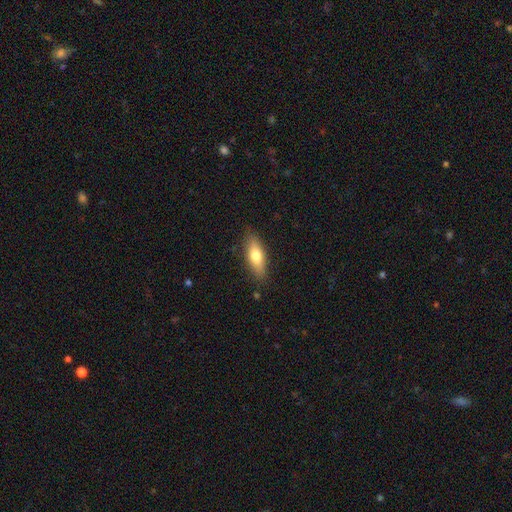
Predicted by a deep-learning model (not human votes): The model was most divided on "how rounded": in between: 62%, cigar-shaped: 35%, round: 3%. More confident: merging — none (85%); smooth or featured — smooth (71%).